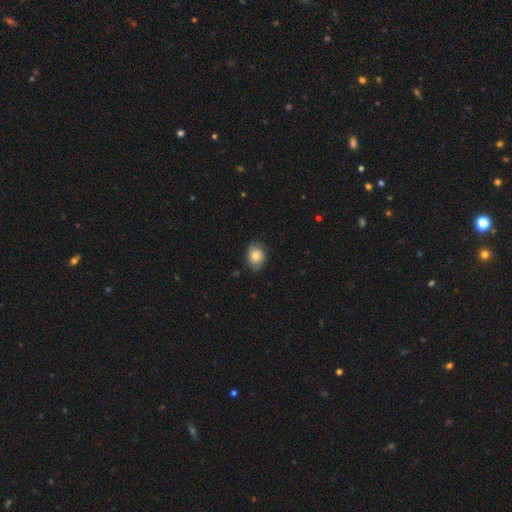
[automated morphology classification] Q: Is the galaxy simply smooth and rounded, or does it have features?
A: smooth — 77%.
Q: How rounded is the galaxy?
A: in between — 50%.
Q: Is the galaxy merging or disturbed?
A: none — 79%.